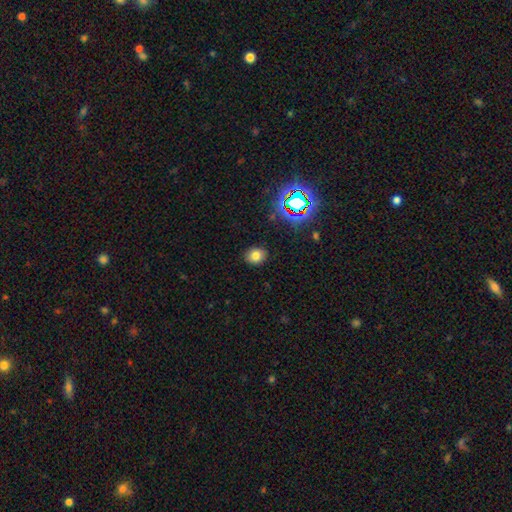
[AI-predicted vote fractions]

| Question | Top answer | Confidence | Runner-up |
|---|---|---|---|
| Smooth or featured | smooth | 76% | star or artifact (16%) |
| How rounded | round | 60% | in between (39%) |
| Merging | none | 88% | minor disturbance (8%) |